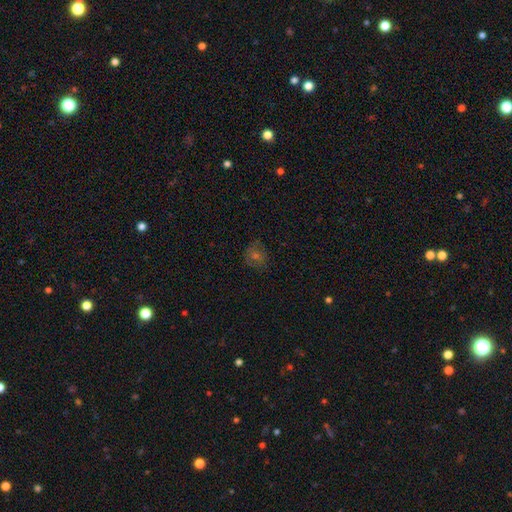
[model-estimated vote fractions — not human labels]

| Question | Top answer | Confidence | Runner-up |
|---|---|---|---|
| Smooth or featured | smooth | 51% | star or artifact (28%) |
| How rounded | round | 77% | in between (22%) |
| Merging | none | 79% | minor disturbance (14%) |